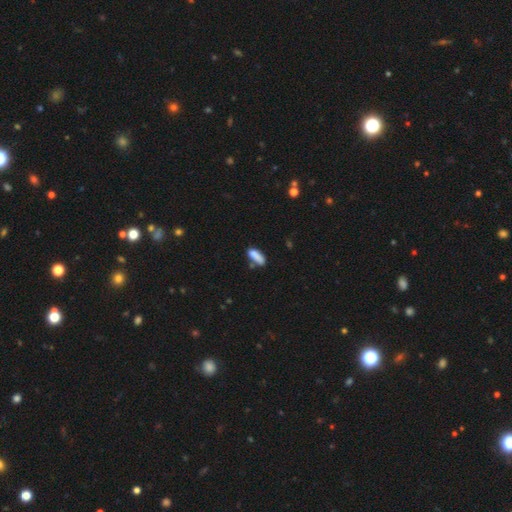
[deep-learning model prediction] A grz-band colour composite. It shows a smooth galaxy with no disk features (82%) that is in between round and cigar-shaped (62%). Merging: none (55%).